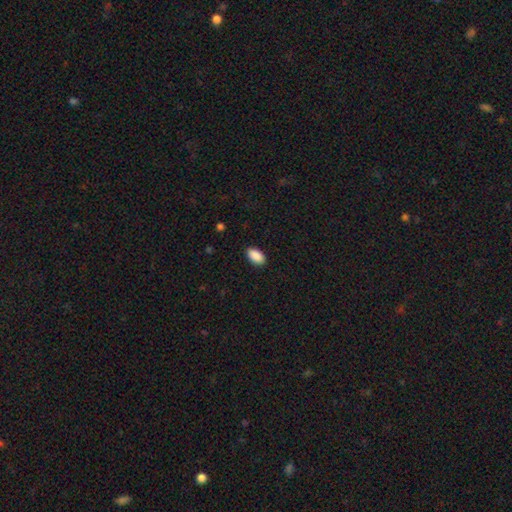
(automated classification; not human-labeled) Overall: smooth (90%). How rounded: in between (95%). Merging: none (89%).